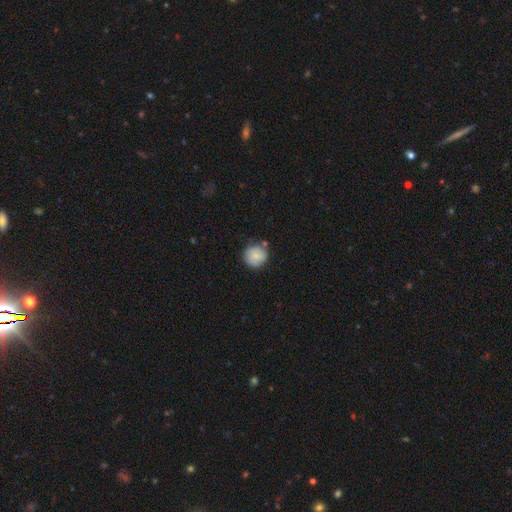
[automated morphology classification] This appears to be a smooth galaxy with no disk features (81%) that is round (91%). Merging: none (73%).